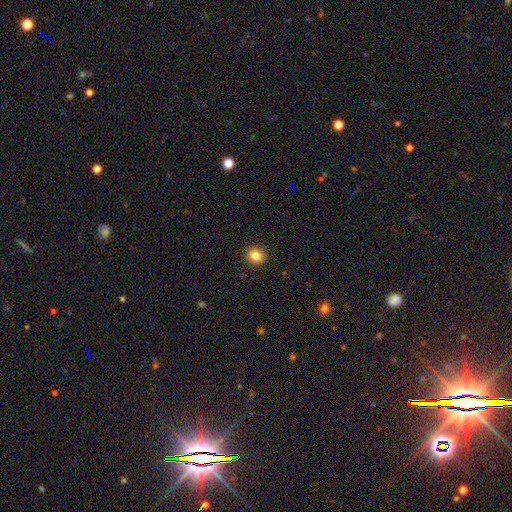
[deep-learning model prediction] This is clearly a smooth galaxy (83%). How rounded: clearly round (81%). Merging: clearly none (91%).